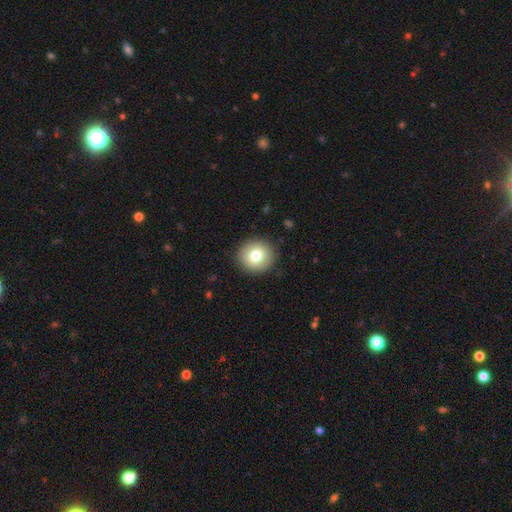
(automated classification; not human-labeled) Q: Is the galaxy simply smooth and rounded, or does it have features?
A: smooth — 78%.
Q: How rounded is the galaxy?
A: round — 92%.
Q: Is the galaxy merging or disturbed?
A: none — 90%.